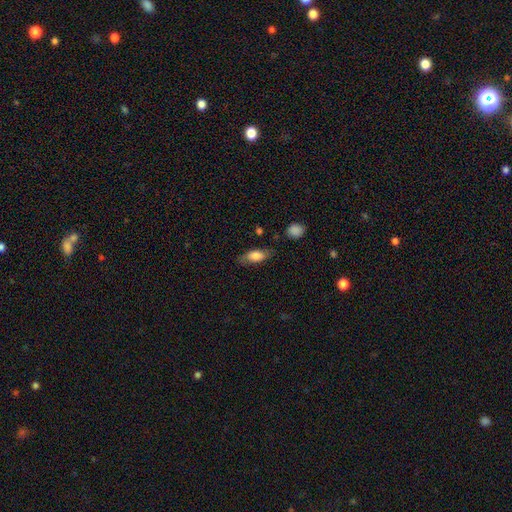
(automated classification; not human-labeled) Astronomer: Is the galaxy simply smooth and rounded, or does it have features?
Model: smooth — 75%.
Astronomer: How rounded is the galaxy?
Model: in between — 82%.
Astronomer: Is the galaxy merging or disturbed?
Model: none — 71%.